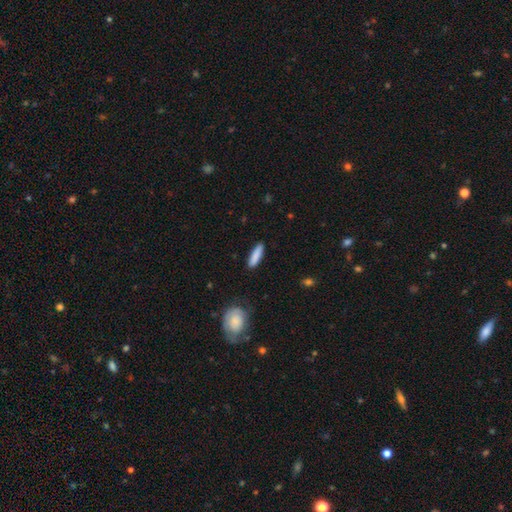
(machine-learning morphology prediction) Smooth or featured?
  - smooth: 86% *
  - featured or disk: 8%
  - star or artifact: 6%
How rounded?
  - cigar-shaped: 77% *
  - in between: 21%
  - round: 1%
Merging?
  - none: 88% *
  - minor disturbance: 9%
  - major disturbance: 2%
  - merger: 1%